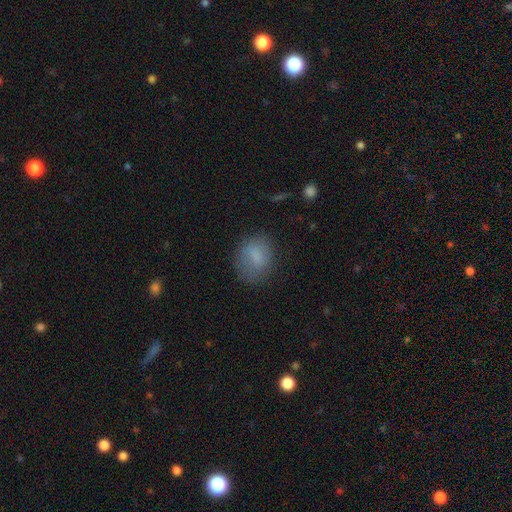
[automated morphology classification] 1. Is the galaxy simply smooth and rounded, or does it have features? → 78% smooth, 12% featured or disk, 9% star or artifact.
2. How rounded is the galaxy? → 60% in between, 38% round, 2% cigar-shaped.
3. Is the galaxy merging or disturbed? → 67% none, 21% minor disturbance, 10% major disturbance, 2% merger.